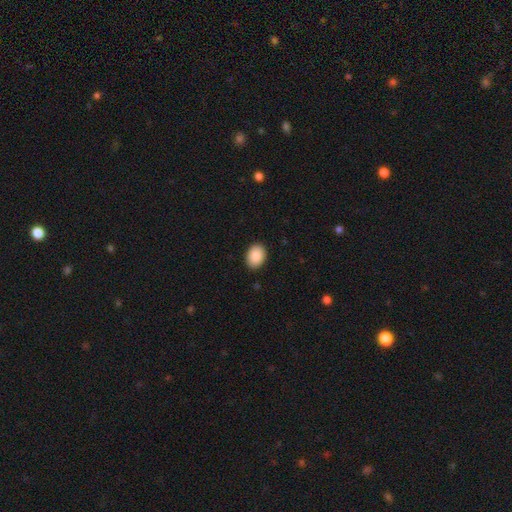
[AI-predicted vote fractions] Smooth or featured?
  - smooth: 89% *
  - star or artifact: 7%
  - featured or disk: 3%
How rounded?
  - in between: 75% *
  - round: 24%
  - cigar-shaped: 1%
Merging?
  - none: 90% *
  - minor disturbance: 8%
  - major disturbance: 2%
  - merger: 1%